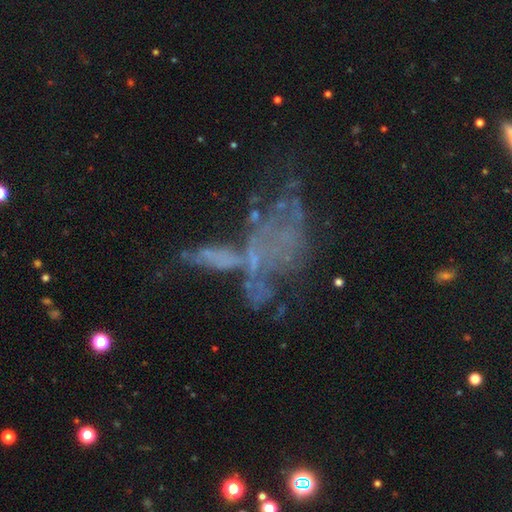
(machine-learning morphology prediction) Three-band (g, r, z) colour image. It shows a featured or disk galaxy (52%). Merging: merger (39%).